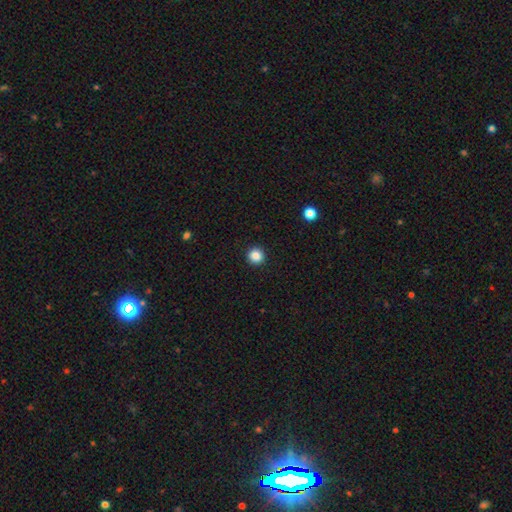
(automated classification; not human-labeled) A smooth galaxy with no disk features (86%) that is round (96%). Merging: none (94%).